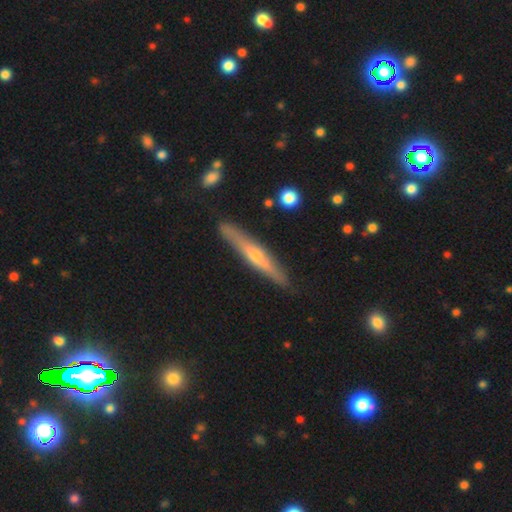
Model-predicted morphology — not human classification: This is likely a featured or disk galaxy (62%). It is clearly viewed edge-on (95%). Edge-on bulge: likely rounded (75%). Merging: clearly none (88%).